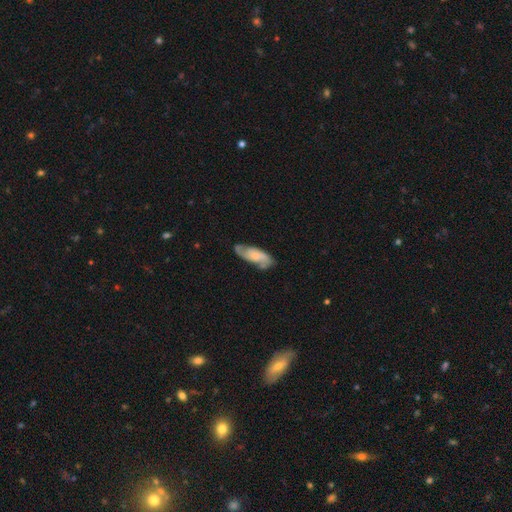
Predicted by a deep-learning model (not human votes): This appears to be a featured or disk galaxy (59%) with no bar (64%), spiral arms (90%) and a small central bulge (41%). Merging: none (71%).